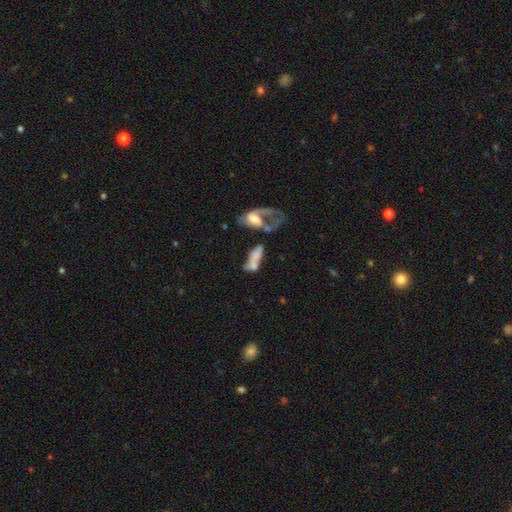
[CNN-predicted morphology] smooth_or_featured: smooth (p=0.53) [alt: featured or disk p=0.37]
how_rounded: in between (p=0.70) [alt: cigar-shaped p=0.25]
merging: merger (p=0.49) [alt: major disturbance p=0.22]